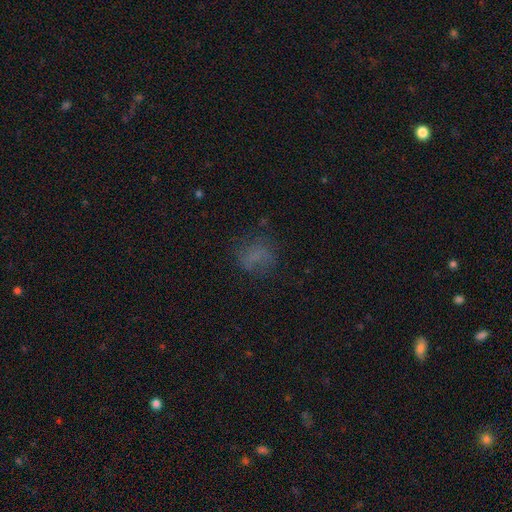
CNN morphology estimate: This is possibly a smooth galaxy (58%). How rounded: possibly round (54%). Merging: likely none (61%).